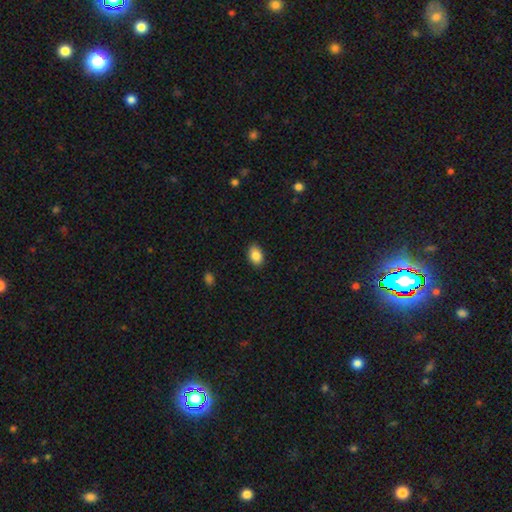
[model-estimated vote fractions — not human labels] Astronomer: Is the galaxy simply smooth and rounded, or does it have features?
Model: smooth — 87%.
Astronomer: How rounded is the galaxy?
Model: in between — 85%.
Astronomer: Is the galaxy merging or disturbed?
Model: none — 88%.